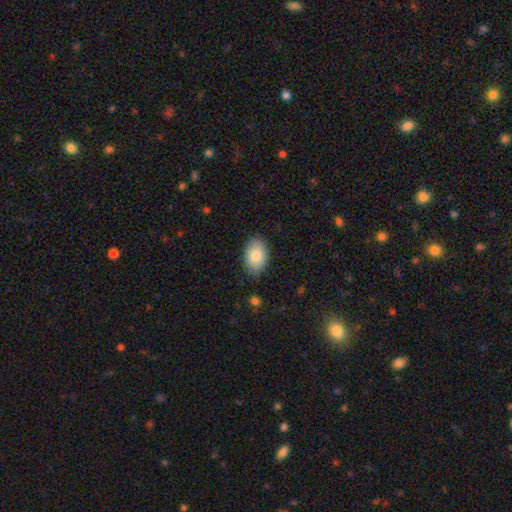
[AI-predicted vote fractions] Overall: smooth (83%). How rounded: in between (87%). Merging: none (81%).